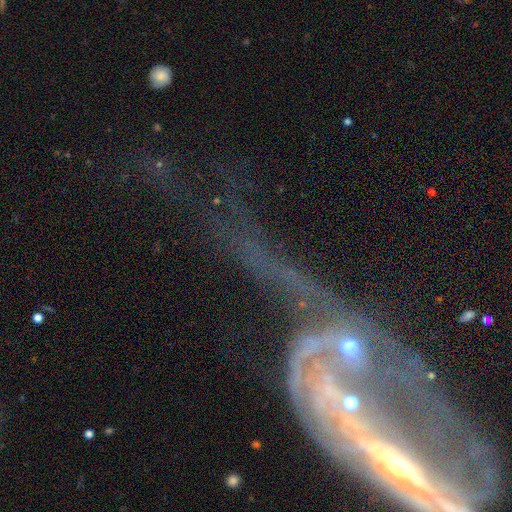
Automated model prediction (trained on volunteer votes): Q: Smooth or featured?
A: featured or disk (71%); runner-up: star or artifact (15%)
Q: Edge-on disk?
A: no (86%); runner-up: yes (14%)
Q: Bar?
A: no (60%); runner-up: weak (23%)
Q: Spiral arms?
A: yes (64%); runner-up: no (36%)
Q: Bulge size?
A: small (52%); runner-up: moderate (25%)
Q: Merging?
A: merger (49%); runner-up: major disturbance (29%)